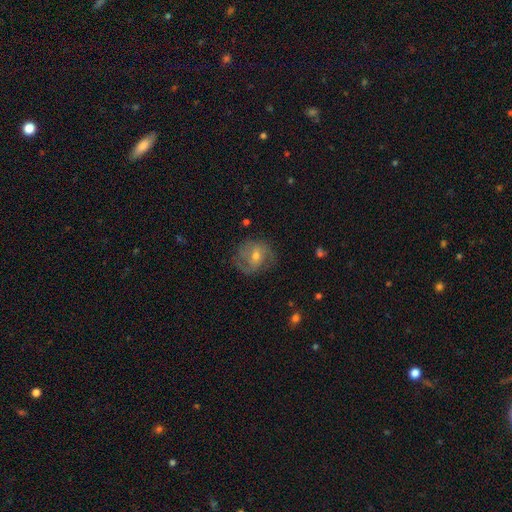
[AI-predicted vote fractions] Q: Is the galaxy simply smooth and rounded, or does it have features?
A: featured or disk — 60%.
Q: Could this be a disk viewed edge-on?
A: no — 97%.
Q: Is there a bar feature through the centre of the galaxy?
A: no — 54%.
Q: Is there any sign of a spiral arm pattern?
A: yes — 81%.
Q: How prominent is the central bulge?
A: moderate — 58%.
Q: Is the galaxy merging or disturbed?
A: none — 65%.